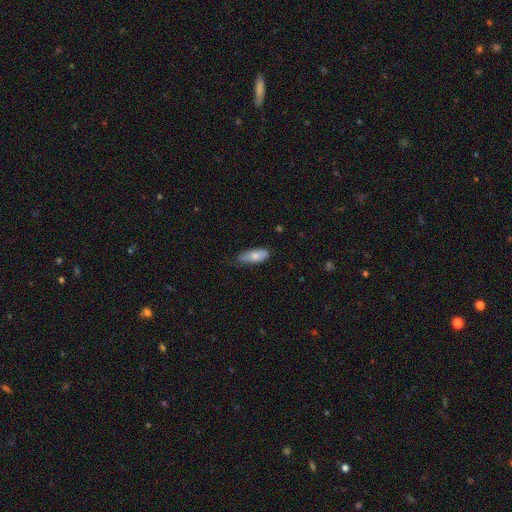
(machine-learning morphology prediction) The model was most divided on "merging": none: 66%, minor disturbance: 29%, major disturbance: 4%, merger: 1%. More confident: smooth or featured — smooth (77%); how rounded — in between (73%).